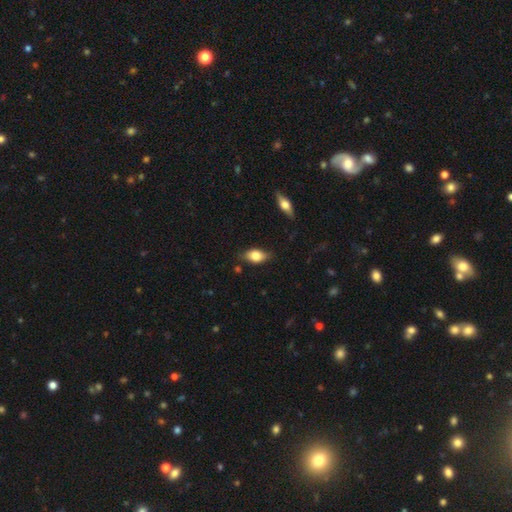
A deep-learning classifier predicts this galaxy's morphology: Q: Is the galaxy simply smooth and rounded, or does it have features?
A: smooth — 72%.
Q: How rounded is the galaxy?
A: in between — 86%.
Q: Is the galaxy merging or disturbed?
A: none — 77%.